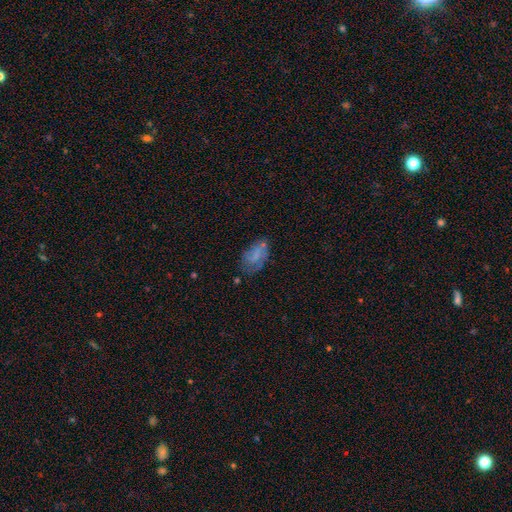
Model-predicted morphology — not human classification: smooth 54%, featured or disk 35%, star or artifact 10%. Down the decision tree: how rounded — in between (89%); merging — none (44%).